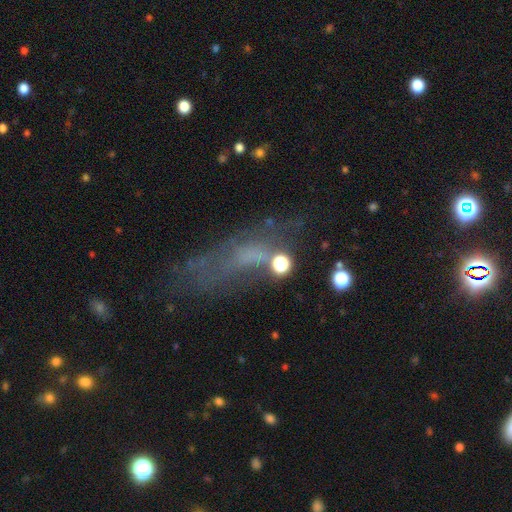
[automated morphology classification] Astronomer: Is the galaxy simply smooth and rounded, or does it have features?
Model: featured or disk — 39% (runner-up: smooth, 37%).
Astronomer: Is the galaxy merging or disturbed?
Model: none — 47% (runner-up: major disturbance, 24%).